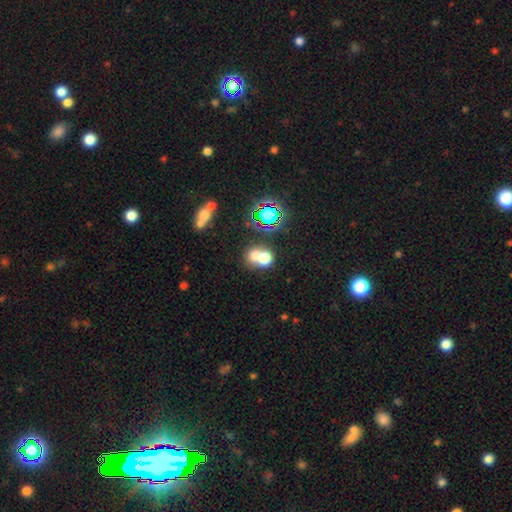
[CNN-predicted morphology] A smooth galaxy with no disk features (65%) that is round (73%). Merging: merger (54%).